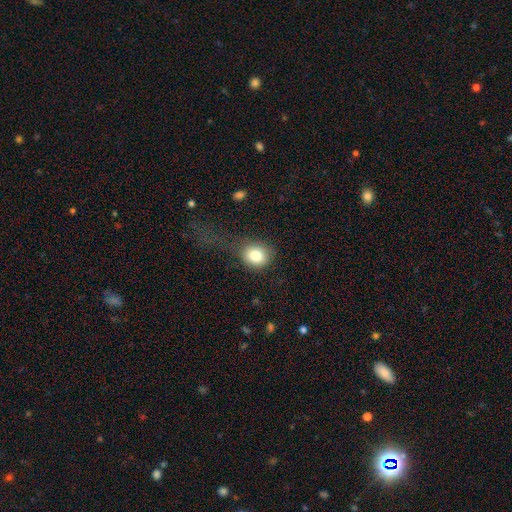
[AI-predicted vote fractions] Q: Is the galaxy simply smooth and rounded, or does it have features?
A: smooth — 82%.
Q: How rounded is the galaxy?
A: round — 76%.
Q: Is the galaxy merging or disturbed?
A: none — 62%.